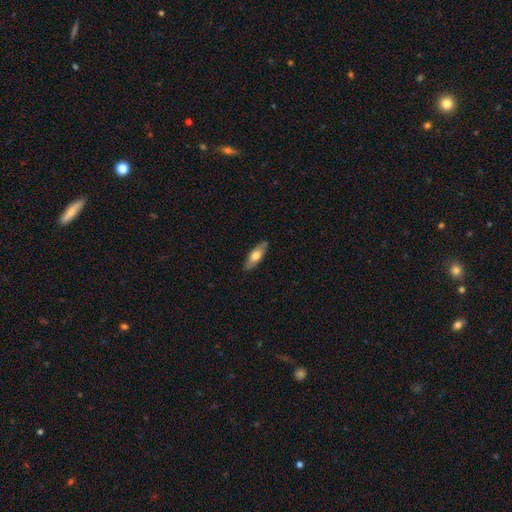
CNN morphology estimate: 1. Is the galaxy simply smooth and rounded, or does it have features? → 62% smooth, 33% featured or disk, 6% star or artifact.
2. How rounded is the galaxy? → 61% in between, 37% cigar-shaped, 2% round.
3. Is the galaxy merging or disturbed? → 85% none, 12% minor disturbance, 2% major disturbance, 1% merger.